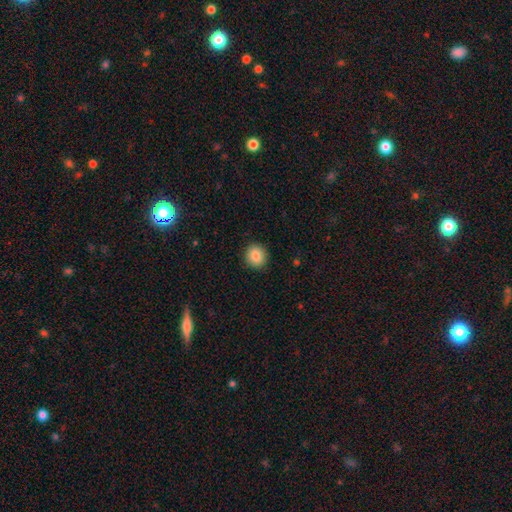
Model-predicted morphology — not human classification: smooth 86%, star or artifact 9%, featured or disk 6%. Down the decision tree: how rounded — round (87%); merging — none (91%).